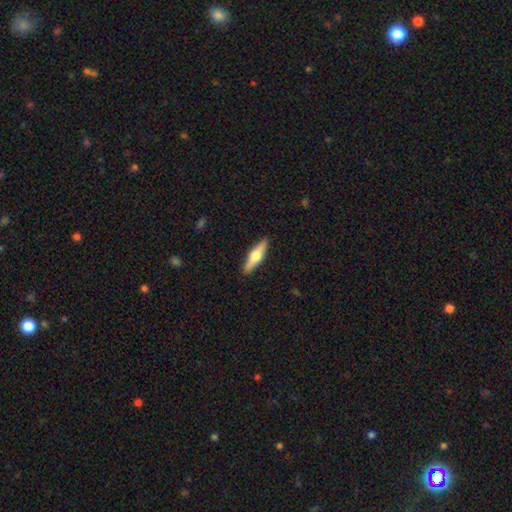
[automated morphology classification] Smooth or featured? smooth (49%)
Merging? none (90%)